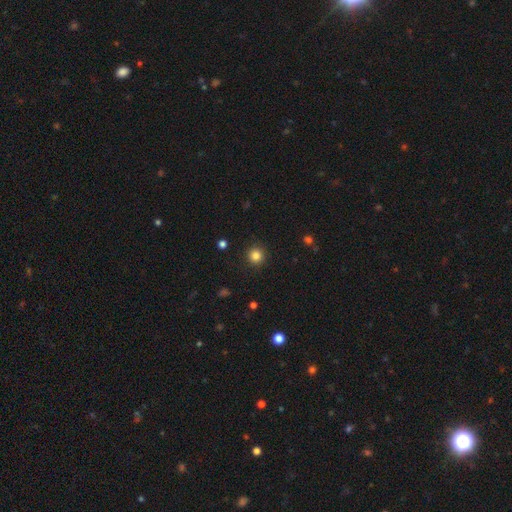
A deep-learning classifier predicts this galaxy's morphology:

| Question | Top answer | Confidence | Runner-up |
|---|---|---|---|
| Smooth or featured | smooth | 84% | star or artifact (12%) |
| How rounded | round | 95% | in between (4%) |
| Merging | none | 92% | minor disturbance (5%) |